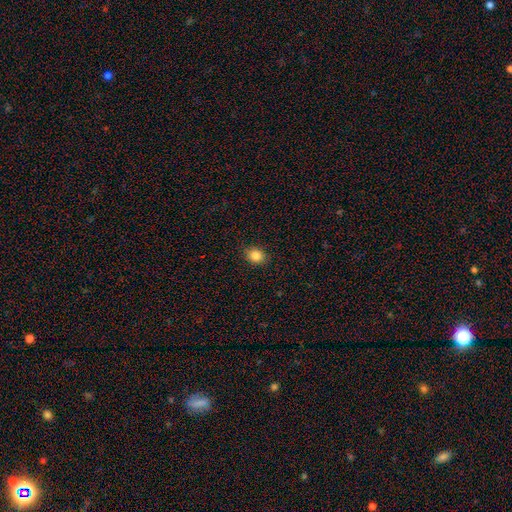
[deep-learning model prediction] Smooth or featured? Predicted: smooth (p=0.85). How rounded? Predicted: round (p=0.63). Merging? Predicted: none (p=0.89).